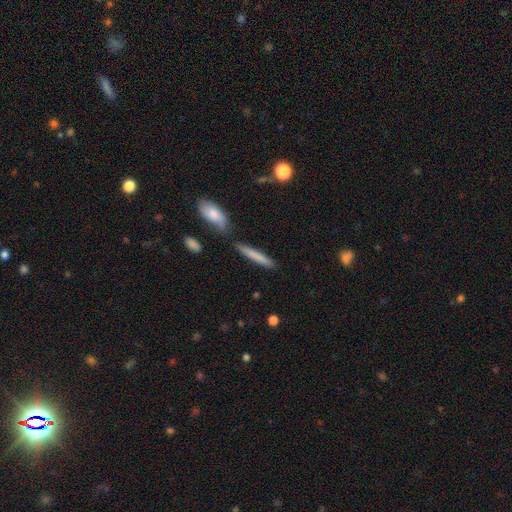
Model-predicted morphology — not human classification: smooth_or_featured: smooth (p=0.74) [alt: featured or disk p=0.20]
how_rounded: cigar-shaped (p=0.92) [alt: in between p=0.07]
merging: none (p=0.73) [alt: minor disturbance p=0.13]